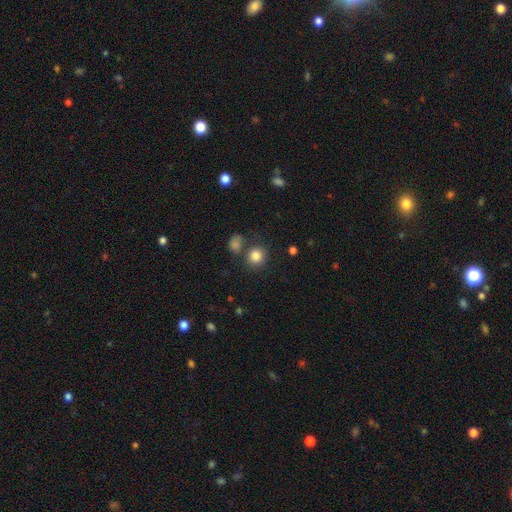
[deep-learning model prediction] This appears to be a smooth galaxy with no disk features (84%) that is round (85%). Merging: none (74%).